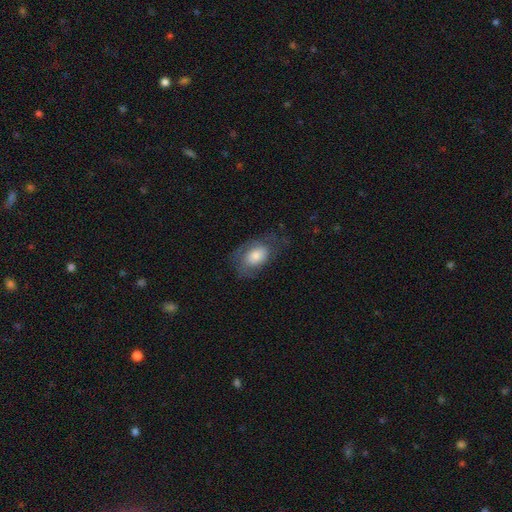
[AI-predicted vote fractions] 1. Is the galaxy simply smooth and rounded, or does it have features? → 61% smooth, 31% featured or disk, 8% star or artifact.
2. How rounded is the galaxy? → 84% in between, 15% round, 2% cigar-shaped.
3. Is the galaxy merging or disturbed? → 53% none, 26% minor disturbance, 20% major disturbance, 1% merger.